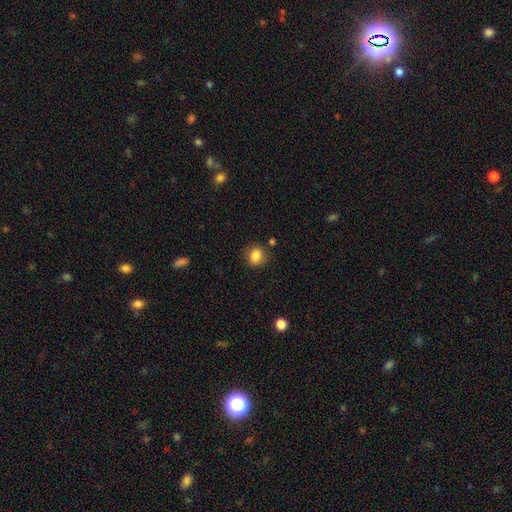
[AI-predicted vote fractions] The model was most divided on "how rounded": round: 68%, in between: 31%, cigar-shaped: 1%. More confident: smooth or featured — smooth (84%); merging — none (83%).